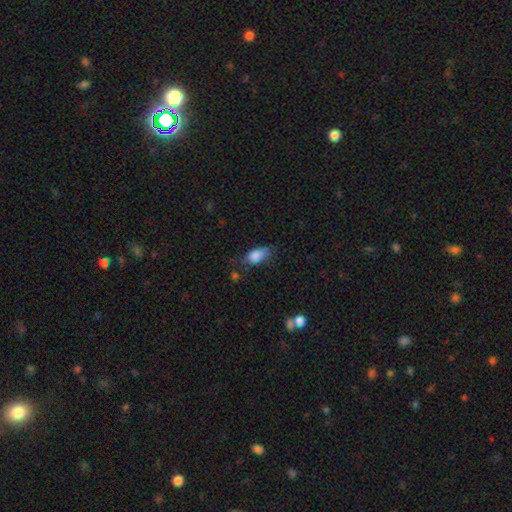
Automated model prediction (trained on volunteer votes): Smooth or featured? Predicted: smooth (p=0.82). How rounded? Predicted: in between (p=0.86). Merging? Predicted: none (p=0.49).